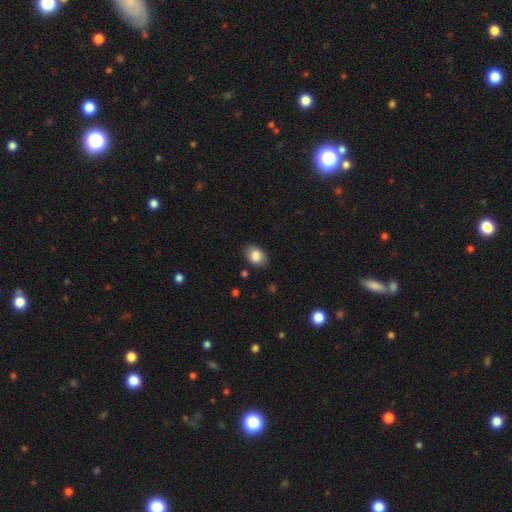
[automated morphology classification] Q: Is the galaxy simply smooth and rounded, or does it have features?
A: smooth — 86%.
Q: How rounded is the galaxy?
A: in between — 76%.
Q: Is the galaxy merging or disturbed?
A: none — 83%.